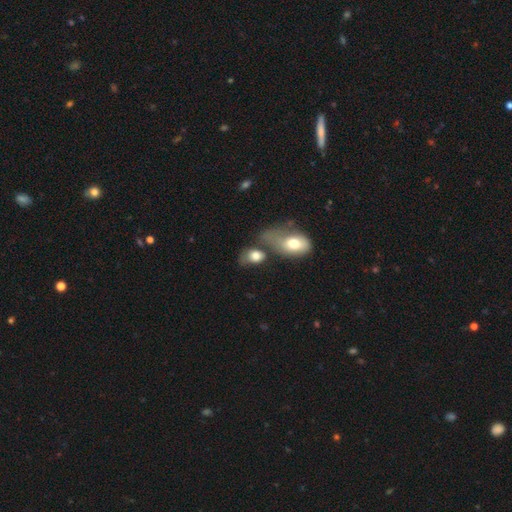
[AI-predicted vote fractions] smooth_or_featured: smooth (p=0.74) [alt: featured or disk p=0.18]
how_rounded: in between (p=0.75) [alt: round p=0.23]
merging: merger (p=0.34) [alt: none p=0.29]